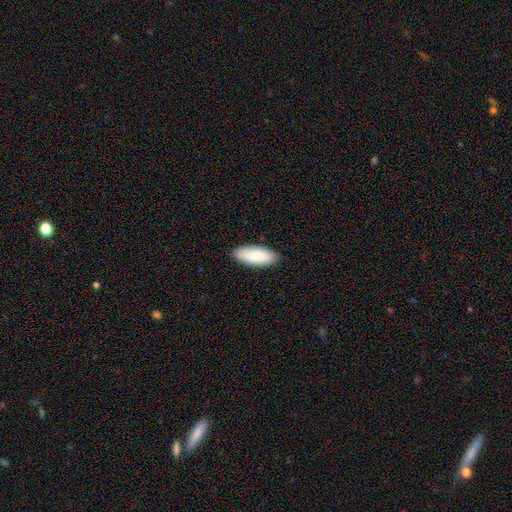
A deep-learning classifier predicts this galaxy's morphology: Smooth or featured?
  - smooth: 86% *
  - featured or disk: 9%
  - star or artifact: 5%
How rounded?
  - in between: 80% *
  - cigar-shaped: 18%
  - round: 2%
Merging?
  - none: 88% *
  - minor disturbance: 9%
  - major disturbance: 2%
  - merger: 1%